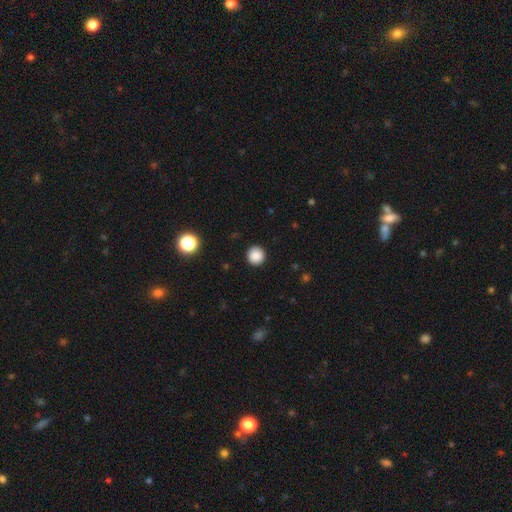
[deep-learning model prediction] Smooth or featured?
  - smooth: 87% *
  - star or artifact: 10%
  - featured or disk: 3%
How rounded?
  - round: 94% *
  - in between: 5%
  - cigar-shaped: 1%
Merging?
  - none: 92% *
  - minor disturbance: 5%
  - major disturbance: 2%
  - merger: 1%